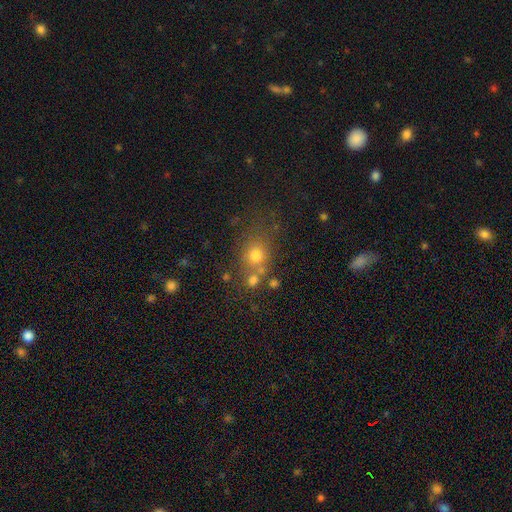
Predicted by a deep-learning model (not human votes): A smooth galaxy with no disk features (68%) that is round (70%).

Vote fractions:
- Smooth or featured? smooth: 68% / star or artifact: 19% / featured or disk: 13%
- How rounded? round: 70% / in between: 29% / cigar-shaped: 1%
- Merging? none: 59% / merger: 20% / minor disturbance: 14% / major disturbance: 7%